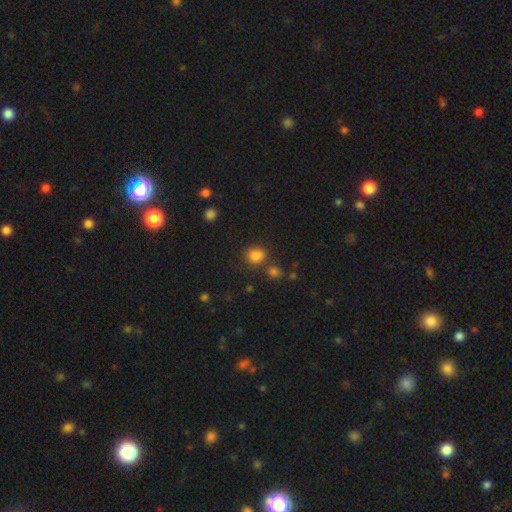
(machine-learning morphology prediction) A smooth galaxy with no disk features (80%) that is round (72%). Merging: none (67%).